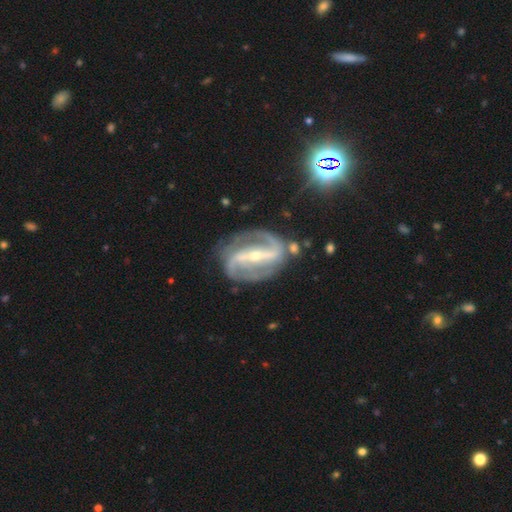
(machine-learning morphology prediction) A featured or disk galaxy (91%) with a strong bar (78%), 2 (90%) medium (49%) spiral arms (96%) and a small central bulge (68%).

Vote fractions:
- Smooth or featured? featured or disk: 91% / star or artifact: 5% / smooth: 4%
- Edge-on disk? no: 96% / yes: 4%
- Bar? strong: 78% / weak: 15% / no: 7%
- Spiral arms? yes: 96% / no: 4%
- Spiral winding? medium: 49% / tight: 27% / loose: 24%
- Spiral arm count? 2: 90% / can't tell: 3% / 3: 3% / 1: 2% / 4: 1% / more than 4: 1%
- Bulge size? small: 68% / moderate: 29% / large: 1% / none: 1% / dominant: 1%
- Merging? none: 77% / minor disturbance: 14% / major disturbance: 6% / merger: 3%